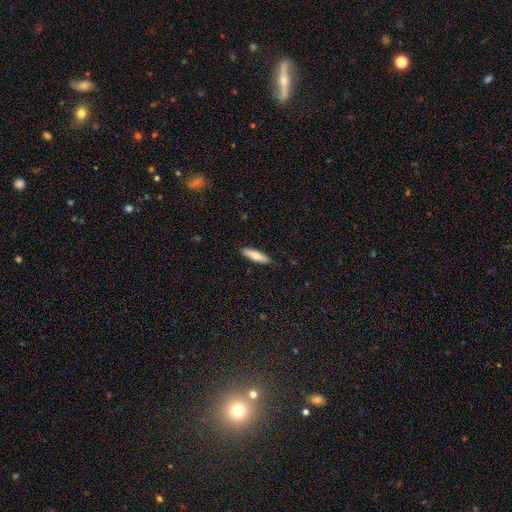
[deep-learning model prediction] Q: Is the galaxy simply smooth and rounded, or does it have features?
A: smooth — 67%.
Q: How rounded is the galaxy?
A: cigar-shaped — 75%.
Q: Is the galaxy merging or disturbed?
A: none — 89%.